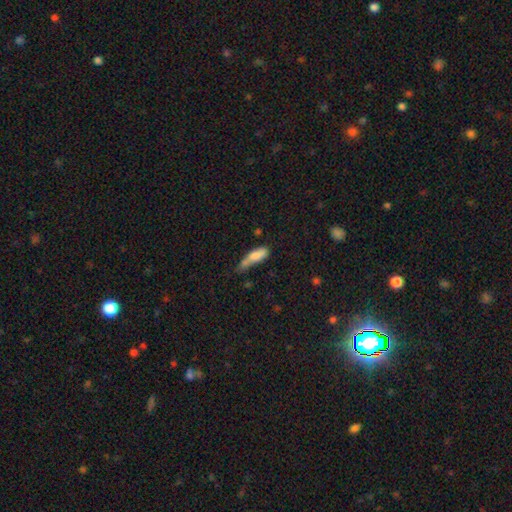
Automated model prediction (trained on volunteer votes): Q: Smooth or featured?
A: smooth (75%); runner-up: featured or disk (17%)
Q: How rounded?
A: in between (53%); runner-up: cigar-shaped (44%)
Q: Merging?
A: minor disturbance (33%); runner-up: none (27%)